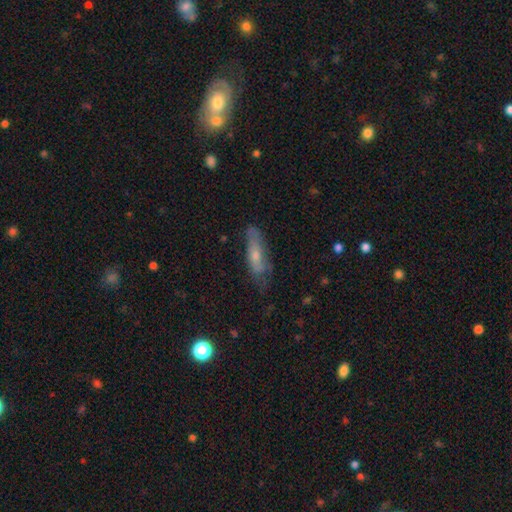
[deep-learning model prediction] The model was most divided on "how rounded": cigar-shaped: 55%, in between: 43%, round: 2%. More confident: merging — none (57%); smooth or featured — smooth (53%).